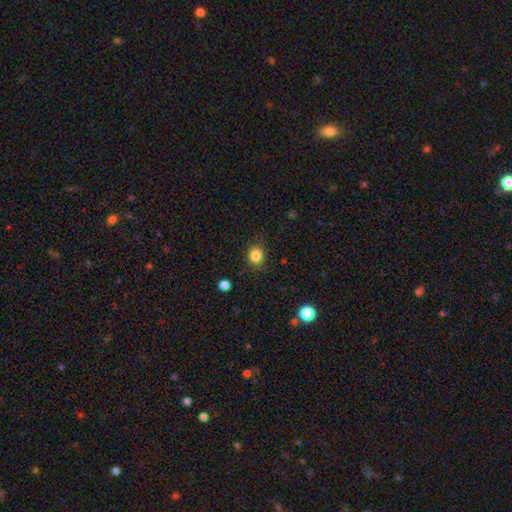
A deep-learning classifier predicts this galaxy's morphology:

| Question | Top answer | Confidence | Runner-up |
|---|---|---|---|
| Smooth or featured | smooth | 84% | star or artifact (11%) |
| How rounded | round | 74% | in between (25%) |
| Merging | none | 83% | minor disturbance (12%) |